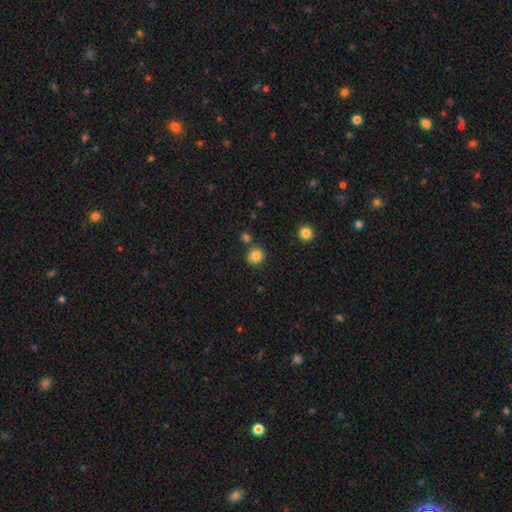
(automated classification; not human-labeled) smooth 83%, star or artifact 11%, featured or disk 6%. Down the decision tree: how rounded — round (85%); merging — none (76%).